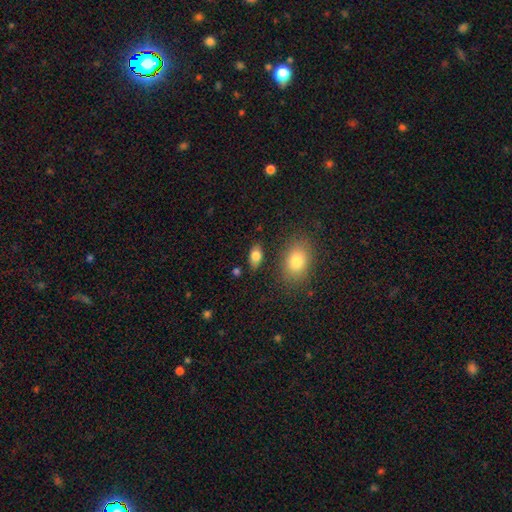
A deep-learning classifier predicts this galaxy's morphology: type=smooth (81%); roundness=in between (89%); merging=none (82%).